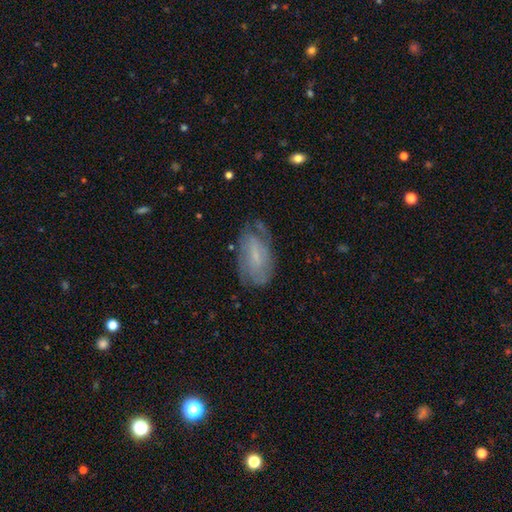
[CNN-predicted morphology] type=featured or disk (57%); edge-on=no (93%); bar=weak (47%); spiral arms=yes (77%); bulge=small (60%); merging=none (60%).